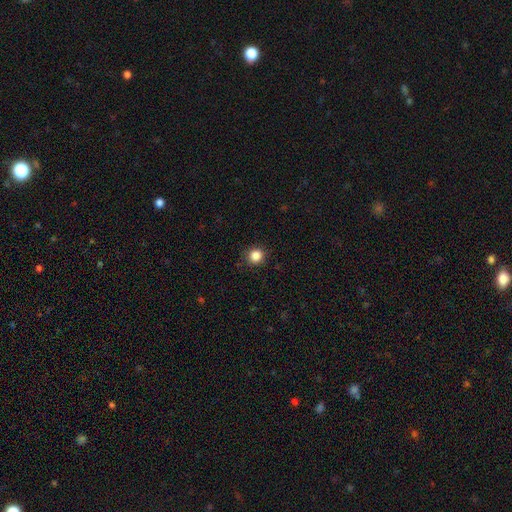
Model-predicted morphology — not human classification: smooth_or_featured: smooth (p=0.85) [alt: star or artifact p=0.11]
how_rounded: round (p=0.92) [alt: in between p=0.07]
merging: none (p=0.89) [alt: minor disturbance p=0.07]